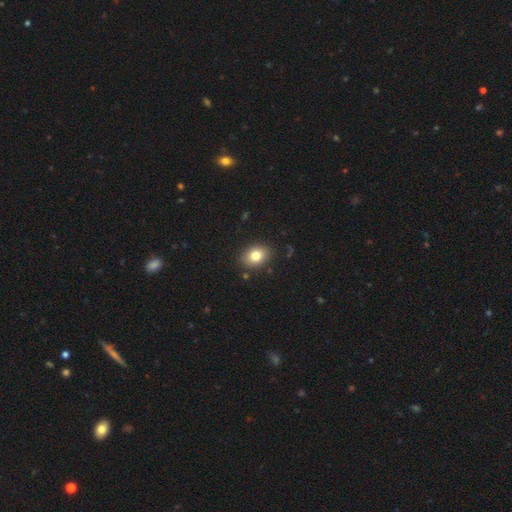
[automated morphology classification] This is clearly a smooth galaxy (81%). How rounded: likely in between (62%). Merging: clearly none (87%).